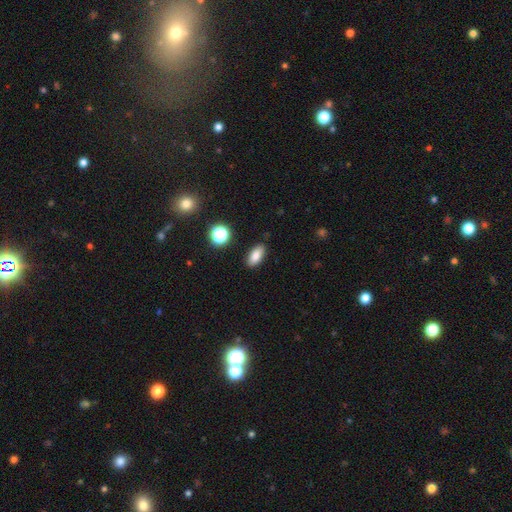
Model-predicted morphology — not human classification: smooth-or-featured: smooth: 83% | star or artifact: 10% | featured or disk: 7%
  how-rounded: in between: 86% | cigar-shaped: 9% | round: 5%
  merging: none: 87% | minor disturbance: 9% | major disturbance: 2% | merger: 2%